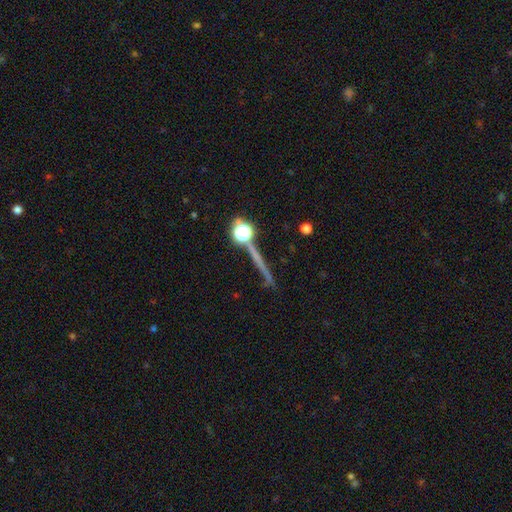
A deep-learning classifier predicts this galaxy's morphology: This appears to be a featured or disk galaxy (36%). Merging: none (75%).